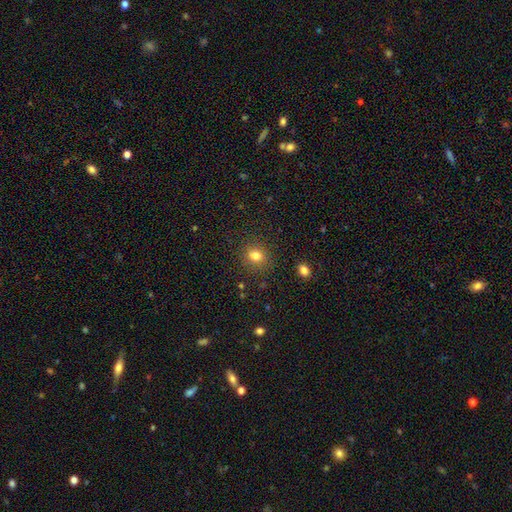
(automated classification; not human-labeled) Smooth or featured?
  - smooth: 79% *
  - star or artifact: 14%
  - featured or disk: 7%
How rounded?
  - round: 73% *
  - in between: 26%
  - cigar-shaped: 1%
Merging?
  - none: 86% *
  - minor disturbance: 9%
  - major disturbance: 3%
  - merger: 2%